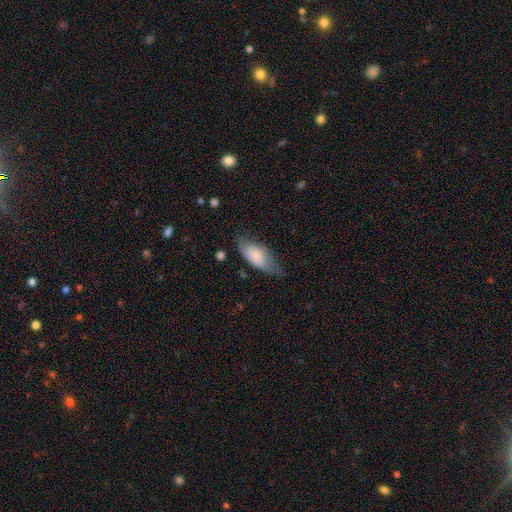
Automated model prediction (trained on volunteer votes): A smooth galaxy with no disk features (70%) that is in between round and cigar-shaped (87%).

Vote fractions:
- Smooth or featured? smooth: 70% / featured or disk: 23% / star or artifact: 7%
- How rounded? in between: 87% / cigar-shaped: 11% / round: 2%
- Merging? none: 52% / minor disturbance: 33% / major disturbance: 12% / merger: 2%